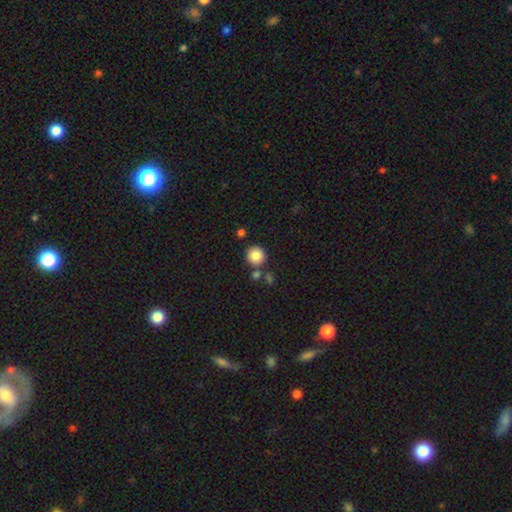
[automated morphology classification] The model was most divided on "merging": none: 79%, merger: 10%, minor disturbance: 8%, major disturbance: 3%. More confident: how rounded — round (93%); smooth or featured — smooth (85%).